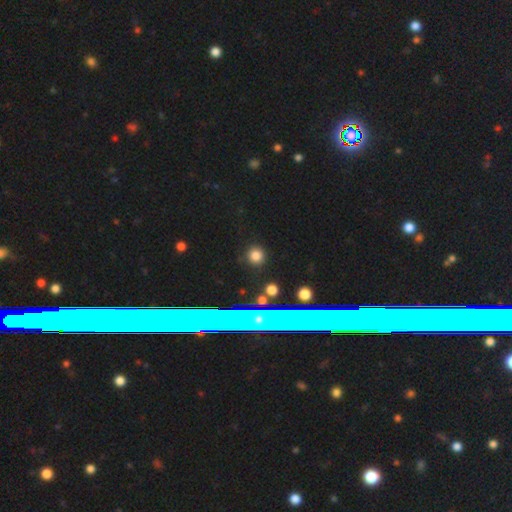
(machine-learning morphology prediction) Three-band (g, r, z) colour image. It shows a smooth galaxy with no disk features (78%) that is round (85%). Merging: none (88%).